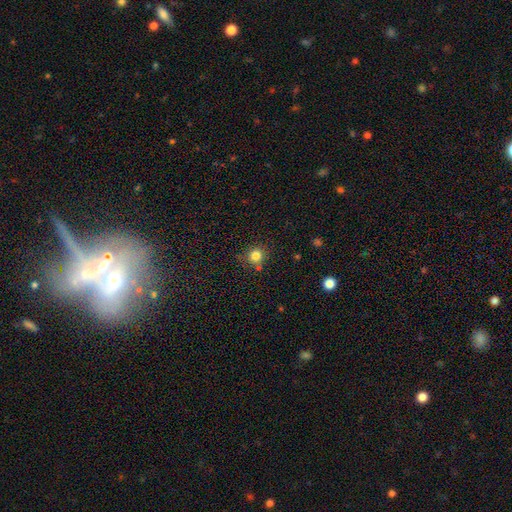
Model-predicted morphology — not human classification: The model was most divided on "smooth or featured": smooth: 81%, star or artifact: 13%, featured or disk: 6%. More confident: how rounded — round (92%); merging — none (80%).